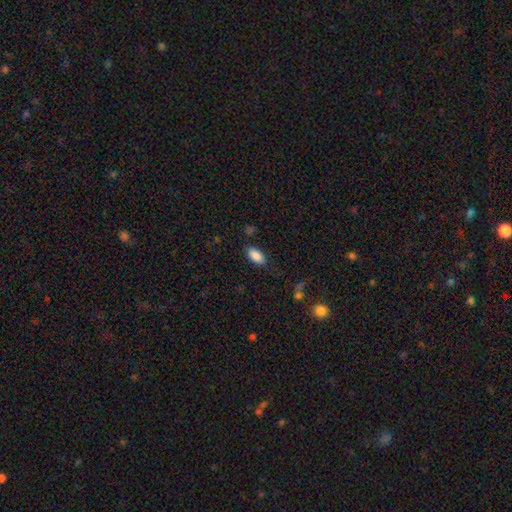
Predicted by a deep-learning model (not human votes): Morphology: type=smooth (88%); roundness=in between (92%); merging=none (83%).